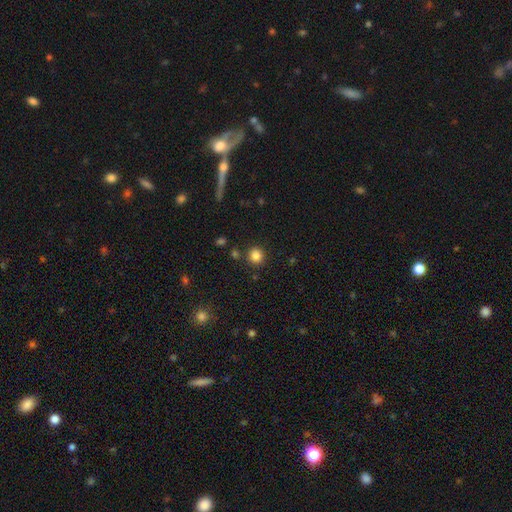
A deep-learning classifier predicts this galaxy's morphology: Smooth or featured: smooth — 84% (star or artifact — 12%)
How rounded: round — 93% (in between — 6%)
Merging: none — 88% (minor disturbance — 6%)